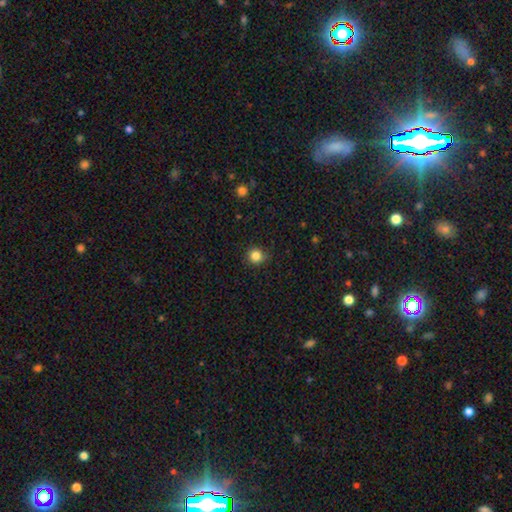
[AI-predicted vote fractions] A smooth galaxy with no disk features (84%) that is round (89%). Merging: none (84%).